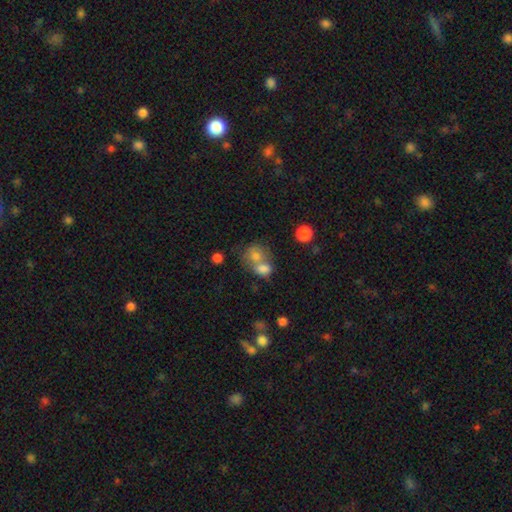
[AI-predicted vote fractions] This appears to be a smooth galaxy with no disk features (74%) that is round (60%). Merging: merger (58%).